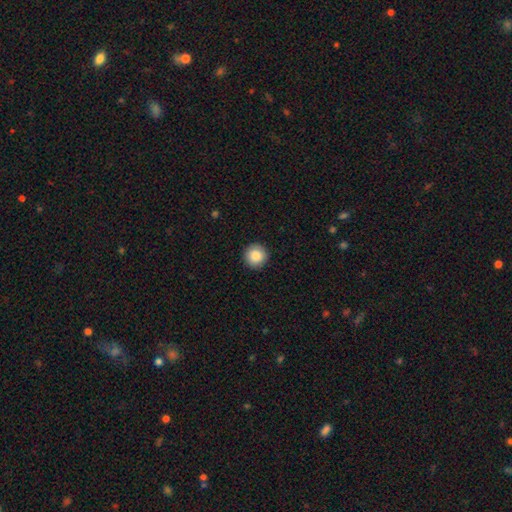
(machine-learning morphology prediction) Smooth or featured? smooth (87%)
How rounded? round (96%)
Merging? none (93%)